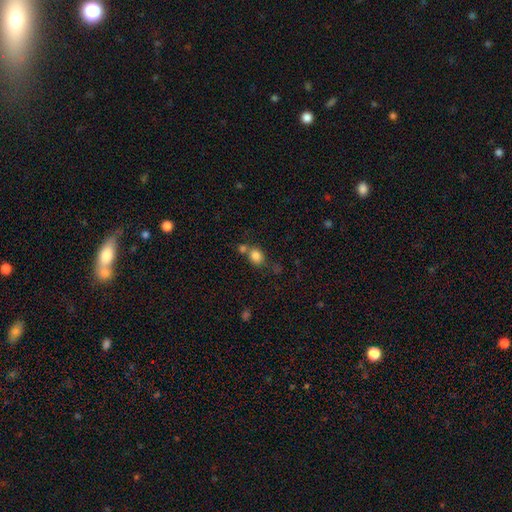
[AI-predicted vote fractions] This appears to be a smooth galaxy with no disk features (83%) that is round (68%). Merging: none (51%).